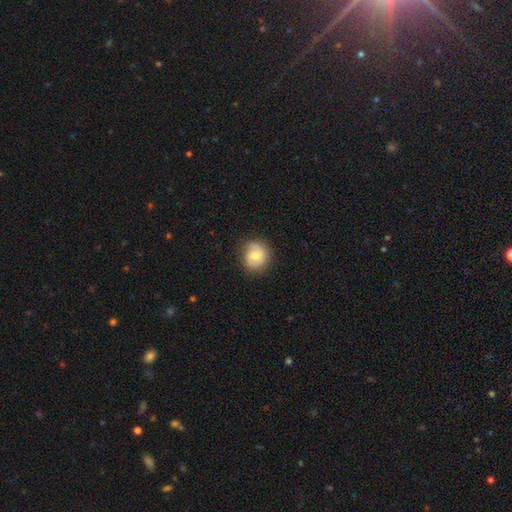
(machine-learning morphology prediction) This appears to be a smooth galaxy with no disk features (66%) that is round (79%). Merging: none (77%).